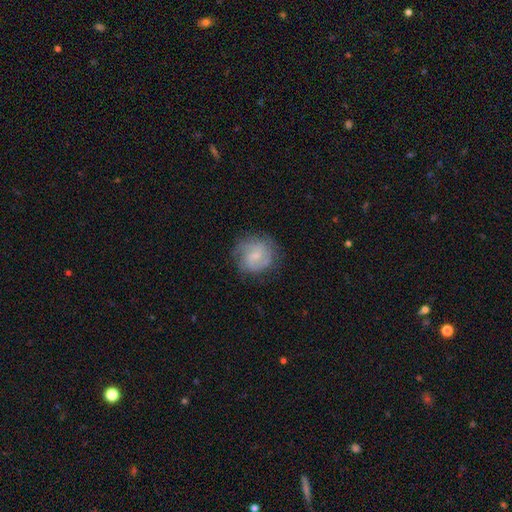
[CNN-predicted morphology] A featured or disk galaxy (61%) with no bar (47%), 2 (43%) medium (43%) spiral arms (88%) and a small central bulge (57%).

Vote fractions:
- Smooth or featured? featured or disk: 61% / smooth: 31% / star or artifact: 7%
- Edge-on disk? no: 98% / yes: 2%
- Bar? no: 47% / weak: 46% / strong: 7%
- Spiral arms? yes: 88% / no: 12%
- Spiral winding? medium: 43% / tight: 42% / loose: 15%
- Spiral arm count? 2: 43% / can't tell: 29% / 3: 16% / 1: 5% / 4: 4% / more than 4: 3%
- Bulge size? small: 57% / moderate: 26% / none: 14% / large: 2% / dominant: 1%
- Merging? none: 73% / minor disturbance: 18% / major disturbance: 8% / merger: 1%